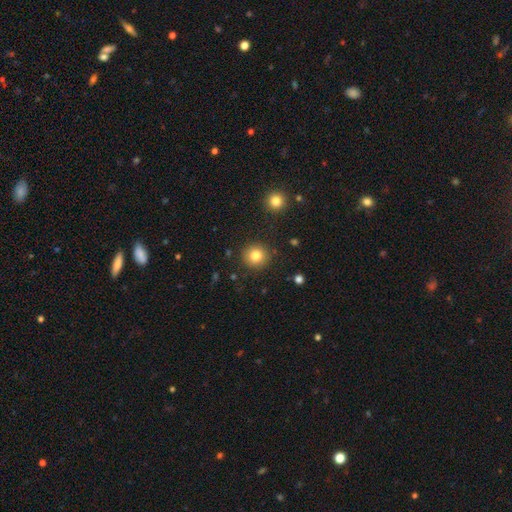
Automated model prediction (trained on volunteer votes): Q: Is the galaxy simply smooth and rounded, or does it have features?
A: smooth — 80%.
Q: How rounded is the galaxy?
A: round — 92%.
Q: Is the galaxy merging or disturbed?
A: none — 89%.